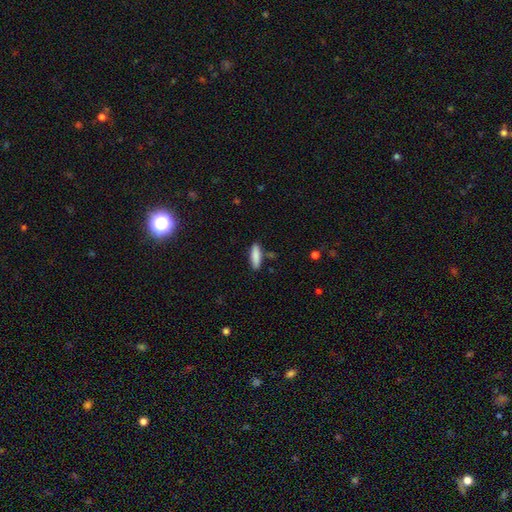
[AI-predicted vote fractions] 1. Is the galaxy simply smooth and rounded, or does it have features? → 87% smooth, 7% featured or disk, 6% star or artifact.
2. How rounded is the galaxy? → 52% cigar-shaped, 46% in between, 2% round.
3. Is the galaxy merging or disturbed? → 84% none, 11% minor disturbance, 3% merger, 2% major disturbance.